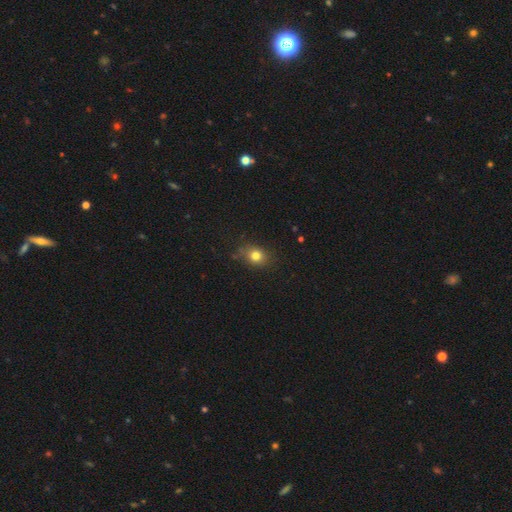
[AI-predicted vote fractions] smooth-or-featured: smooth: 79% | star or artifact: 13% | featured or disk: 8%
  how-rounded: round: 55% | in between: 44% | cigar-shaped: 1%
  merging: none: 77% | minor disturbance: 16% | major disturbance: 4% | merger: 2%